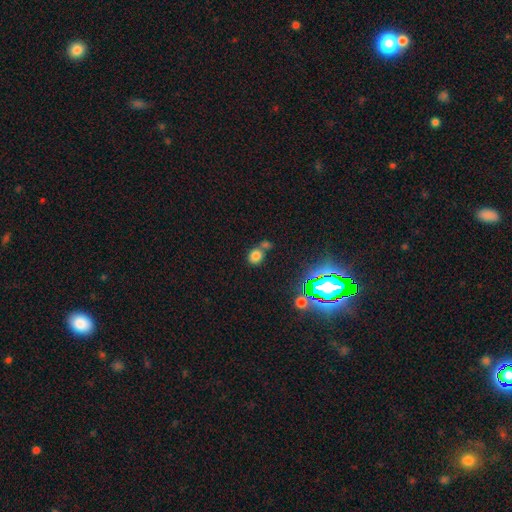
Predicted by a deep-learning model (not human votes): This is likely a smooth galaxy (73%). How rounded: likely round (72%). Merging: possibly none (56%).